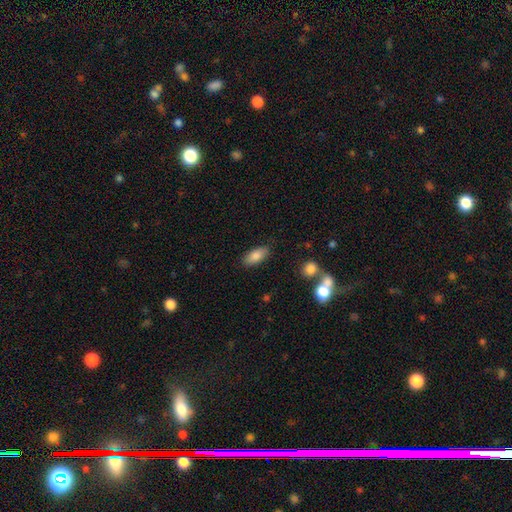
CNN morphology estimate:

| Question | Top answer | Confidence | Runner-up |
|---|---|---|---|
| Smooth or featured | smooth | 84% | featured or disk (9%) |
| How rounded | in between | 88% | cigar-shaped (9%) |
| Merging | none | 84% | minor disturbance (11%) |